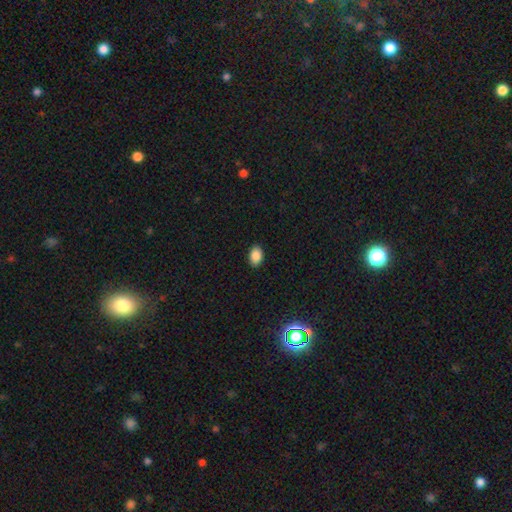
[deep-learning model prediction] This appears to be a smooth galaxy with no disk features (87%) that is in between round and cigar-shaped (86%). Merging: none (88%).